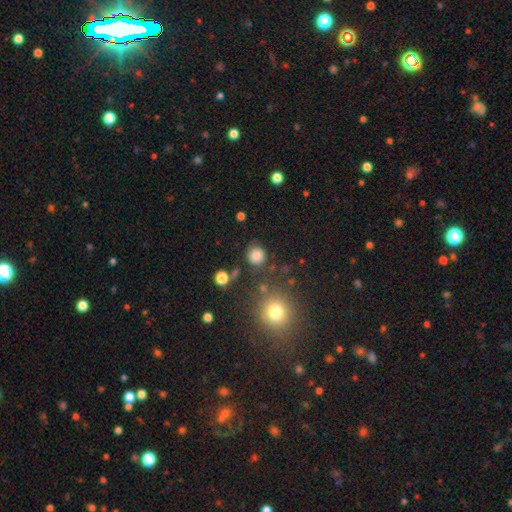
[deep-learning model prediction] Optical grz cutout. It shows a smooth galaxy with no disk features (81%) that is round (89%). Merging: none (77%).